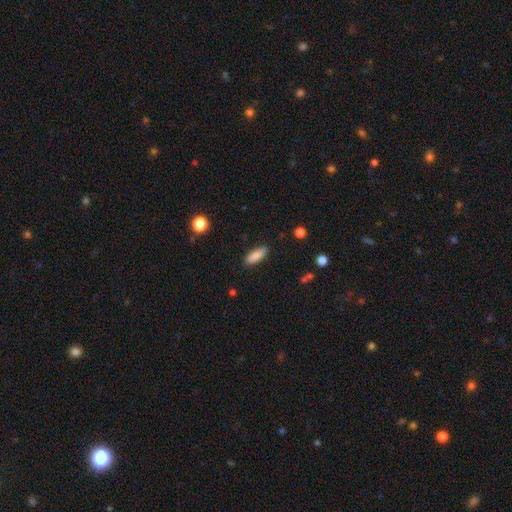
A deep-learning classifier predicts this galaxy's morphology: smooth-or-featured: smooth: 87% | star or artifact: 7% | featured or disk: 6%
  how-rounded: in between: 64% | cigar-shaped: 34% | round: 2%
  merging: none: 88% | minor disturbance: 9% | major disturbance: 2% | merger: 1%